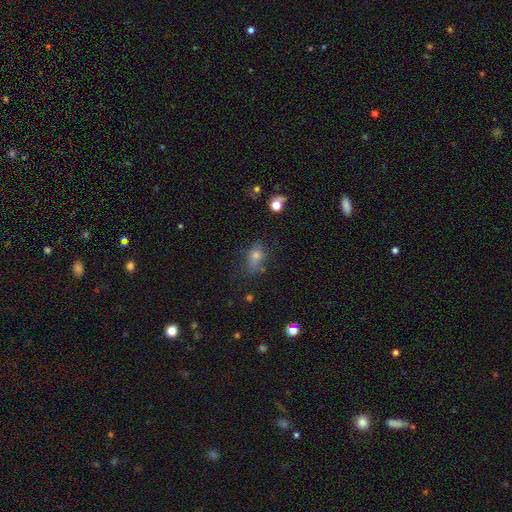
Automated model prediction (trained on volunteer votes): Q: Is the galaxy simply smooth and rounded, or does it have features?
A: smooth — 62%.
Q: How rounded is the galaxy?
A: in between — 64%.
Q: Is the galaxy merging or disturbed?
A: none — 55%.